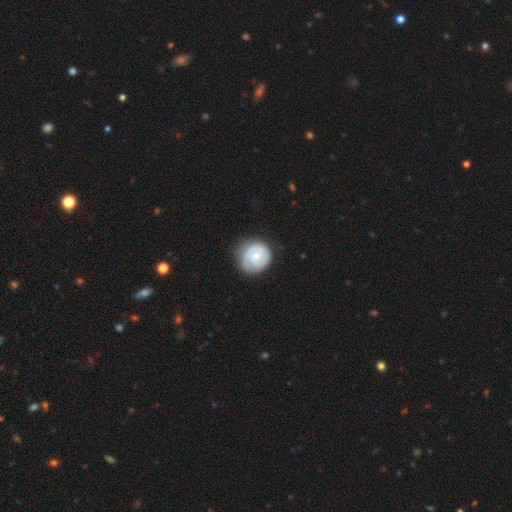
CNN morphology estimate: Smooth or featured: featured or disk — 50% (smooth — 45%)
Edge-on disk: no — 98% (yes — 2%)
Merging: none — 75% (minor disturbance — 18%)